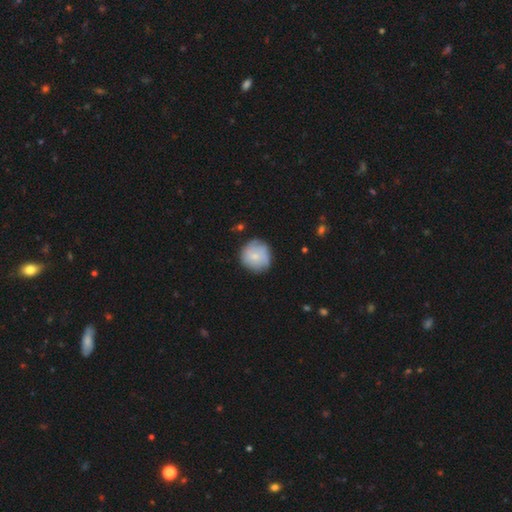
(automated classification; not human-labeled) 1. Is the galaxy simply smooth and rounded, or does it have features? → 67% smooth, 27% featured or disk, 7% star or artifact.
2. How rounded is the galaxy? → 92% round, 7% in between, 1% cigar-shaped.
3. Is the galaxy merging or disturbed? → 76% none, 18% minor disturbance, 4% major disturbance, 2% merger.